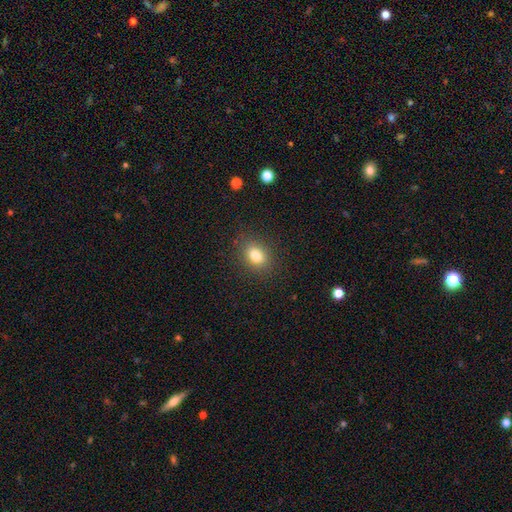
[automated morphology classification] This appears to be a smooth galaxy with no disk features (81%) that is in between round and cigar-shaped (64%). Merging: none (87%).